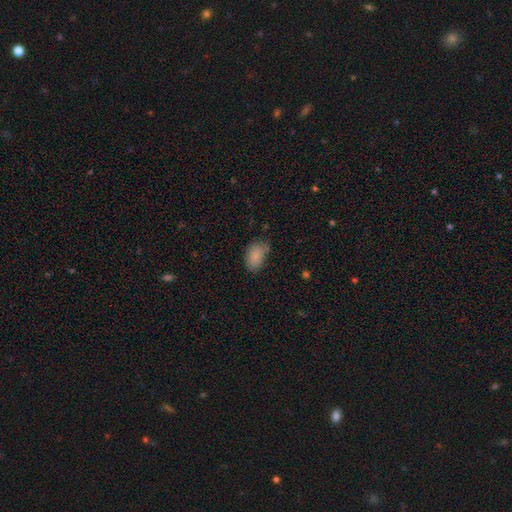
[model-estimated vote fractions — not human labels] Smooth or featured? Predicted: smooth (p=0.86). How rounded? Predicted: in between (p=0.88). Merging? Predicted: none (p=0.65).